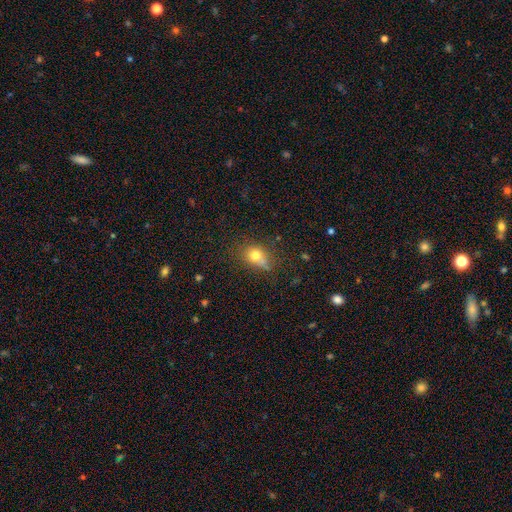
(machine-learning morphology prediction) smooth 74%, star or artifact 14%, featured or disk 12%. Down the decision tree: how rounded — round (57%); merging — none (56%).